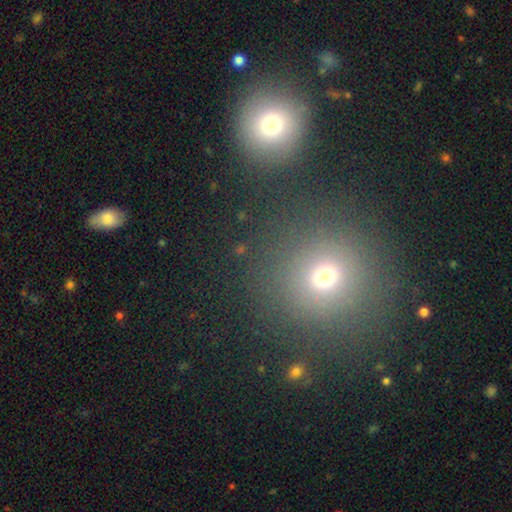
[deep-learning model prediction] This is possibly a smooth galaxy (58%). How rounded: clearly round (93%). Merging: clearly none (84%).